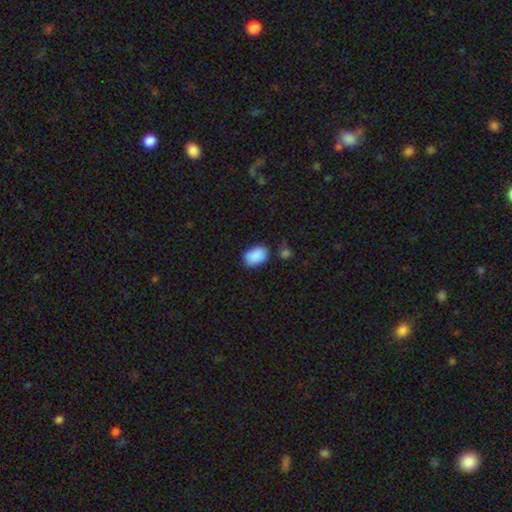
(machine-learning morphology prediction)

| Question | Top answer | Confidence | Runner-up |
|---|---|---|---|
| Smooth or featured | smooth | 89% | star or artifact (7%) |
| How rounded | in between | 86% | round (13%) |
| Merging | none | 70% | minor disturbance (20%) |